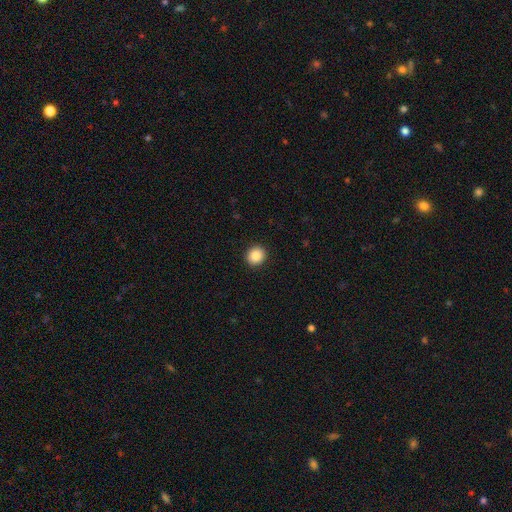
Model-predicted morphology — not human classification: type=smooth (87%); roundness=round (84%); merging=none (92%).